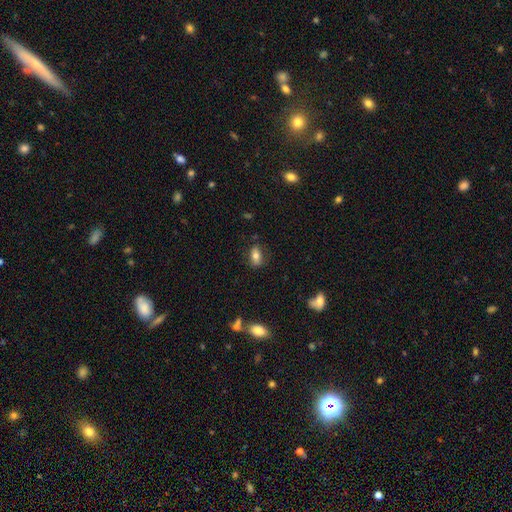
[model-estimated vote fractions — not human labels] smooth 75%, featured or disk 16%, star or artifact 9%. Down the decision tree: how rounded — in between (84%); merging — none (81%).